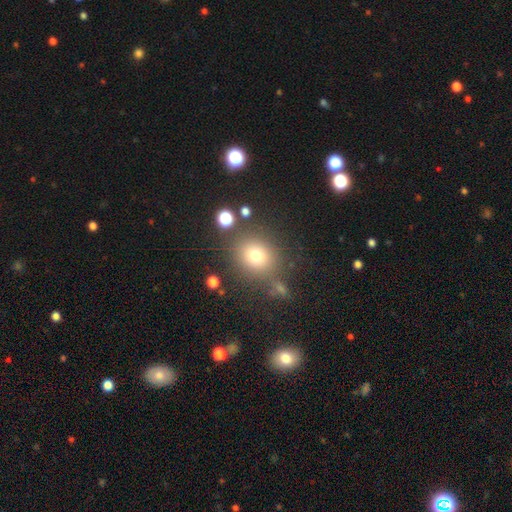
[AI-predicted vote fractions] A smooth galaxy with no disk features (73%) that is round (81%).

Vote fractions:
- Smooth or featured? smooth: 73% / star or artifact: 17% / featured or disk: 10%
- How rounded? round: 81% / in between: 18% / cigar-shaped: 1%
- Merging? none: 77% / minor disturbance: 11% / merger: 7% / major disturbance: 5%